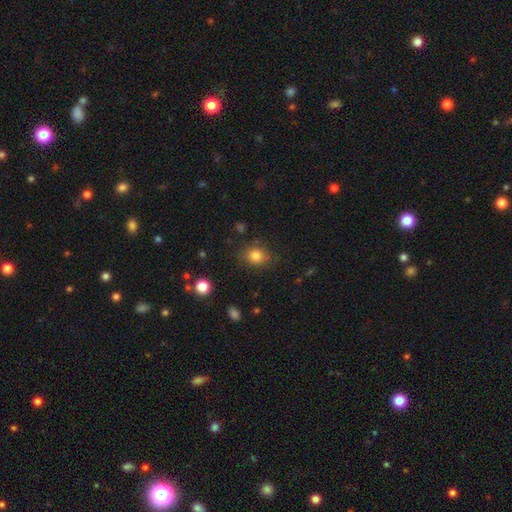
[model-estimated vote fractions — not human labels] smooth 82%, star or artifact 11%, featured or disk 7%. Down the decision tree: how rounded — round (67%); merging — none (80%).